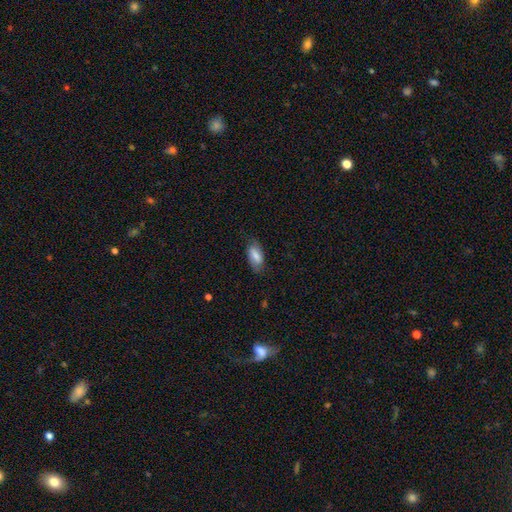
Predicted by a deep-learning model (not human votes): A smooth galaxy with no disk features (74%) that is in between round and cigar-shaped (89%).

Vote fractions:
- Smooth or featured? smooth: 74% / featured or disk: 20% / star or artifact: 7%
- How rounded? in between: 89% / cigar-shaped: 8% / round: 3%
- Merging? none: 73% / minor disturbance: 21% / major disturbance: 6% / merger: 1%